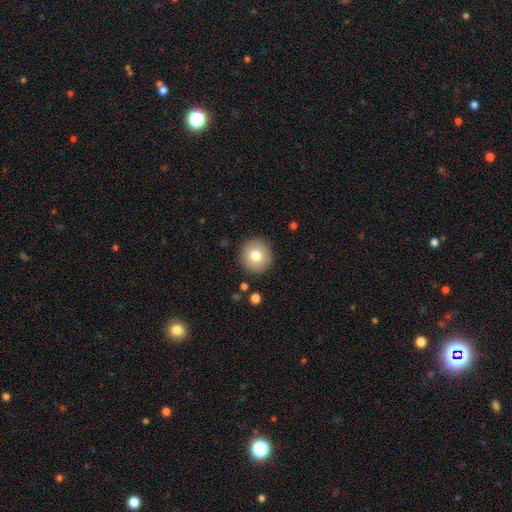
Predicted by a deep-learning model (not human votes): This is likely a smooth galaxy (77%). How rounded: clearly round (94%). Merging: clearly none (90%).